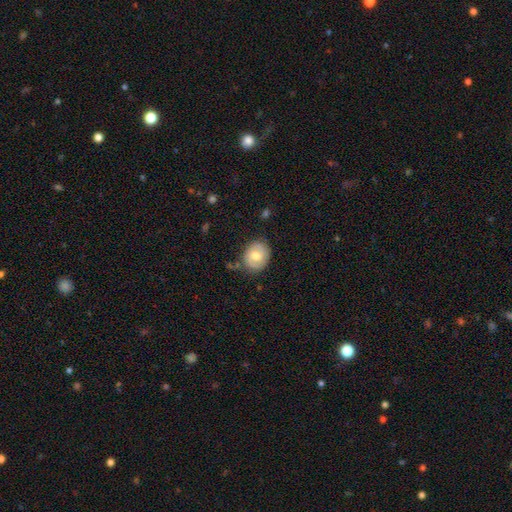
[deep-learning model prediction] Overall: smooth (52%; featured or disk 41%). How rounded: round (66%; in between 33%). Merging: none (75%).